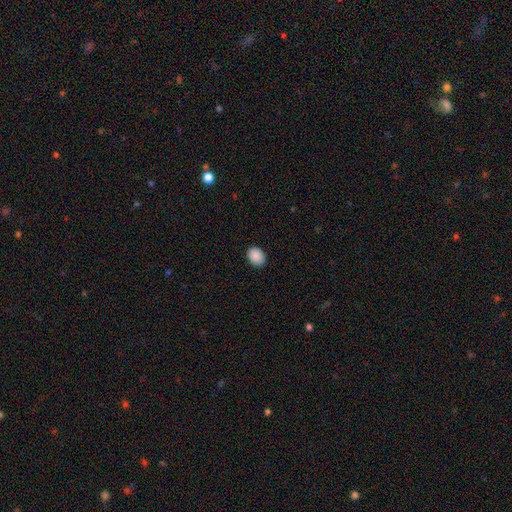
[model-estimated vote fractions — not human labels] The model was most divided on "how rounded": in between: 59%, round: 40%, cigar-shaped: 1%. More confident: smooth or featured — smooth (90%); merging — none (90%).